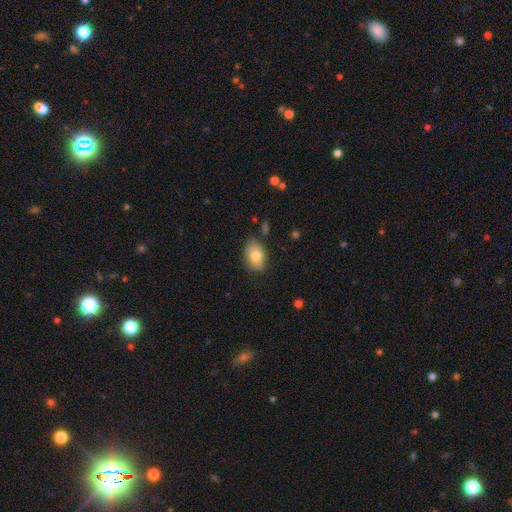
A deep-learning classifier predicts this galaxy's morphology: smooth 80%, featured or disk 13%, star or artifact 7%. Down the decision tree: how rounded — in between (86%); merging — none (81%).